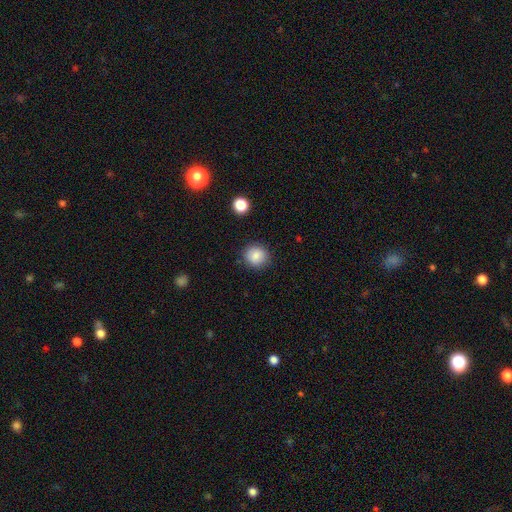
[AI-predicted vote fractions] Smooth or featured? smooth (86%)
How rounded? round (88%)
Merging? none (88%)